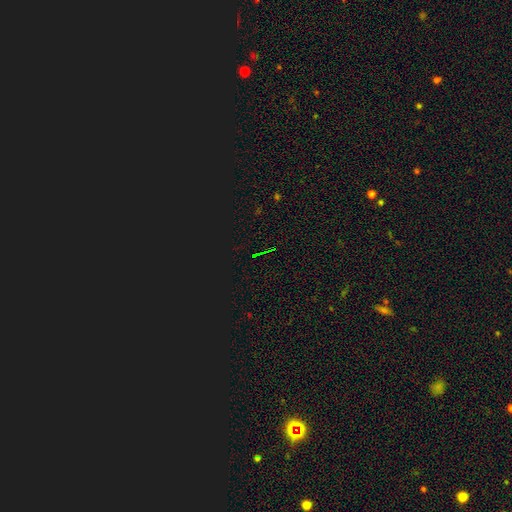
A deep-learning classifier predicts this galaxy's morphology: smooth_or_featured: star or artifact (p=0.82) [alt: smooth p=0.11]